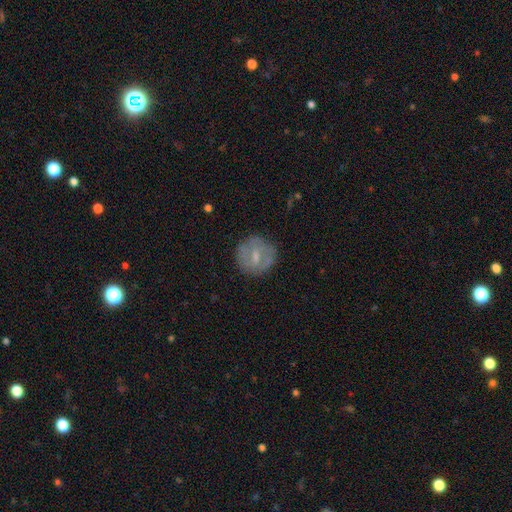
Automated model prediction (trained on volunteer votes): Overall: smooth (48%; featured or disk 44%). Merging: none (78%).